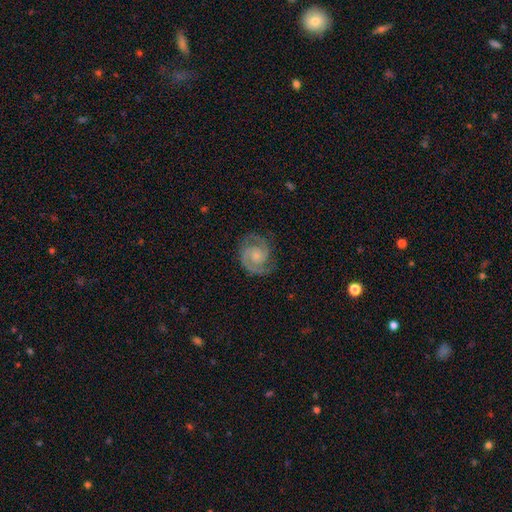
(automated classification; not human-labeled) A featured or disk galaxy (87%) with no bar (68%), 2 (89%) tight (53%) spiral arms (98%) and a small central bulge (42%).

Vote fractions:
- Smooth or featured? featured or disk: 87% / smooth: 7% / star or artifact: 5%
- Edge-on disk? no: 98% / yes: 2%
- Bar? no: 68% / weak: 27% / strong: 5%
- Spiral arms? yes: 98% / no: 2%
- Spiral winding? tight: 53% / medium: 40% / loose: 7%
- Spiral arm count? 2: 89% / 3: 3% / can't tell: 3% / 1: 2% / 4: 1% / more than 4: 1%
- Bulge size? small: 42% / moderate: 30% / none: 21% / large: 5% / dominant: 1%
- Merging? none: 79% / minor disturbance: 14% / major disturbance: 5% / merger: 1%